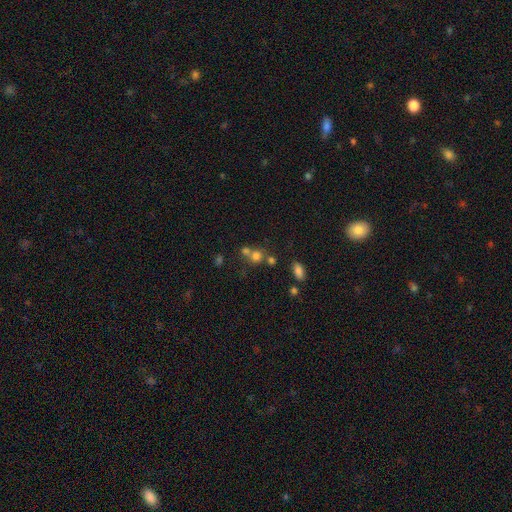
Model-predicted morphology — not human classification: A smooth galaxy with no disk features (72%) that is round (81%).

Vote fractions:
- Smooth or featured? smooth: 72% / star or artifact: 16% / featured or disk: 12%
- How rounded? round: 81% / in between: 18% / cigar-shaped: 1%
- Merging? merger: 46% / none: 43% / minor disturbance: 8% / major disturbance: 4%